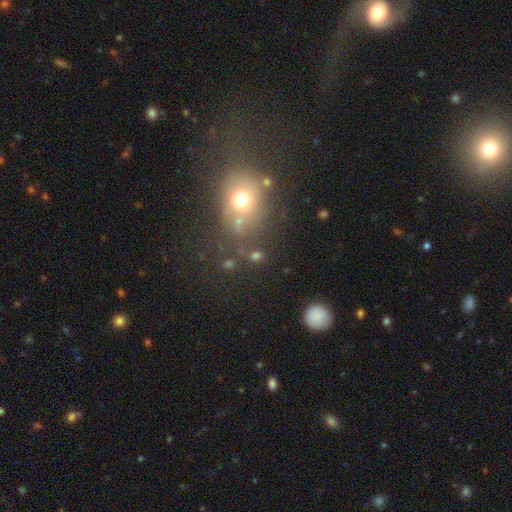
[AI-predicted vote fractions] This appears to be a smooth galaxy with no disk features (62%) that is round (64%). Merging: none (68%).